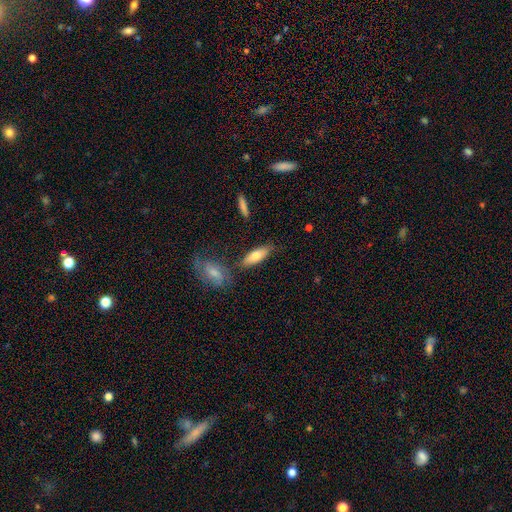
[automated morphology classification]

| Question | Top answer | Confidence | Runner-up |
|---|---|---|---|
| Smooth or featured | smooth | 73% | featured or disk (21%) |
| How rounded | in between | 66% | cigar-shaped (32%) |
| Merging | none | 74% | minor disturbance (15%) |